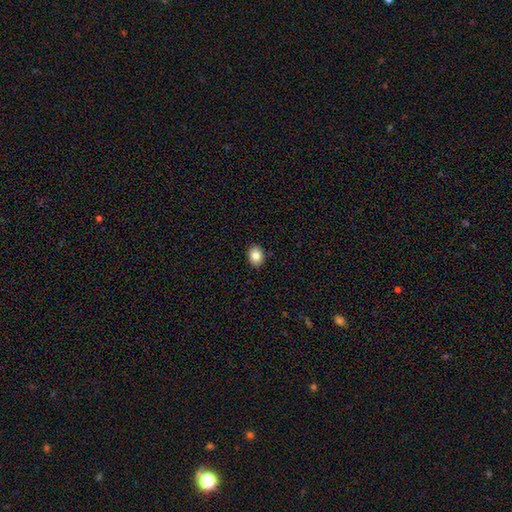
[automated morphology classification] Q: Smooth or featured?
A: smooth (83%); runner-up: star or artifact (9%)
Q: How rounded?
A: in between (61%); runner-up: round (38%)
Q: Merging?
A: none (91%); runner-up: minor disturbance (7%)